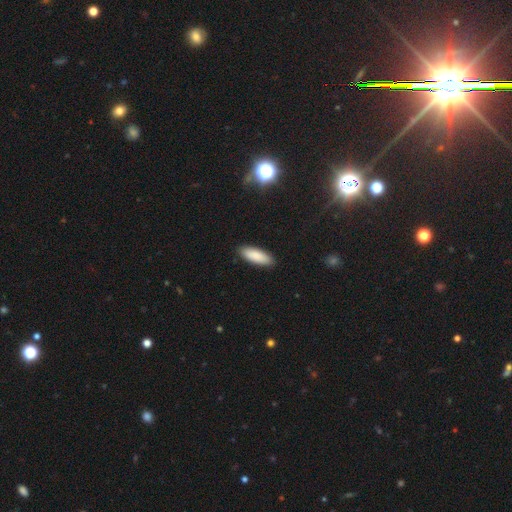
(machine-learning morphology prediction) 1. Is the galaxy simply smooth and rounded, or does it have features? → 88% smooth, 6% star or artifact, 6% featured or disk.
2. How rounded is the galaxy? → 67% in between, 32% cigar-shaped, 2% round.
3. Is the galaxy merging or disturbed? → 89% none, 8% minor disturbance, 2% major disturbance, 1% merger.